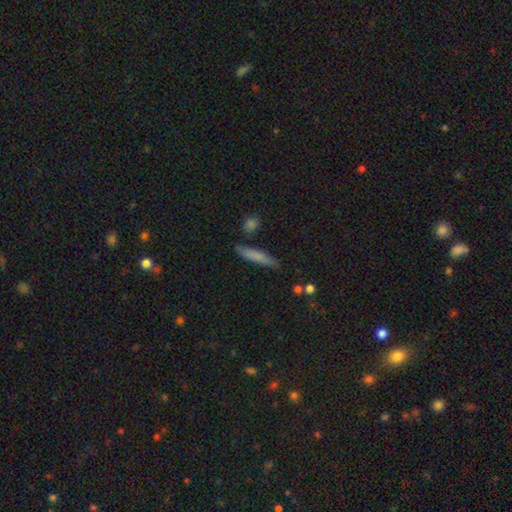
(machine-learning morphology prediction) This is likely a smooth galaxy (75%). How rounded: clearly cigar-shaped (90%). Merging: clearly none (82%).